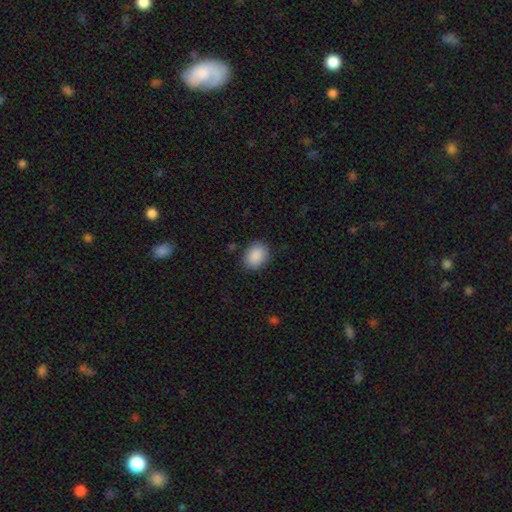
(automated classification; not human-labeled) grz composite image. It shows a smooth galaxy with no disk features (89%) that is in between round and cigar-shaped (59%). Merging: none (85%).